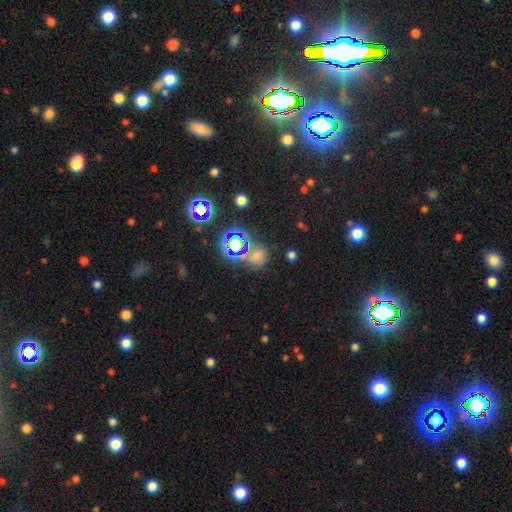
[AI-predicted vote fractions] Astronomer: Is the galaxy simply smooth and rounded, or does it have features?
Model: smooth — 52% (runner-up: star or artifact, 40%).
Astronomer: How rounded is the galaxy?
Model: round — 82%.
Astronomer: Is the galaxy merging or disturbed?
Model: none — 66%.